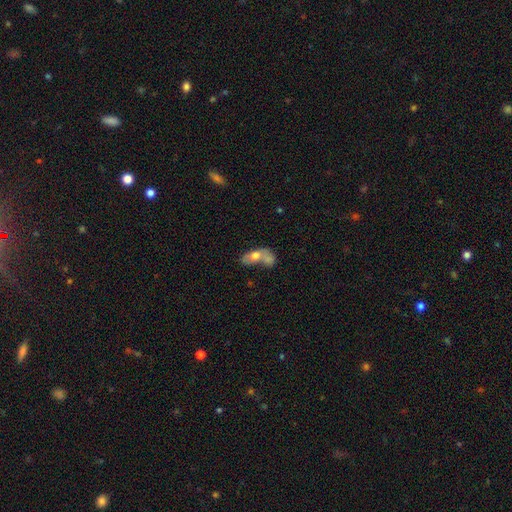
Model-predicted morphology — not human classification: Q: Smooth or featured?
A: smooth (58%); runner-up: featured or disk (33%)
Q: How rounded?
A: in between (79%); runner-up: round (13%)
Q: Merging?
A: merger (64%); runner-up: none (17%)